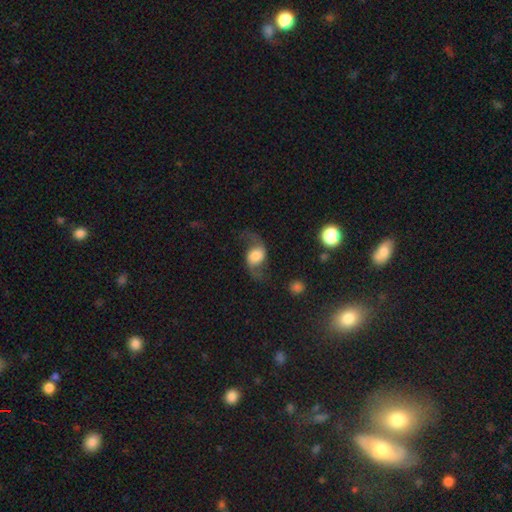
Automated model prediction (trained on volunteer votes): The model was most divided on "bulge size": large: 40%, moderate: 30%, dominant: 15%, small: 11%, none: 4%. More confident: edge-on disk — no (95%); spiral arm count — 2 (93%); spiral arms — yes (93%); spiral winding — loose (85%); smooth or featured — featured or disk (68%); merging — none (65%); bar — no (58%).